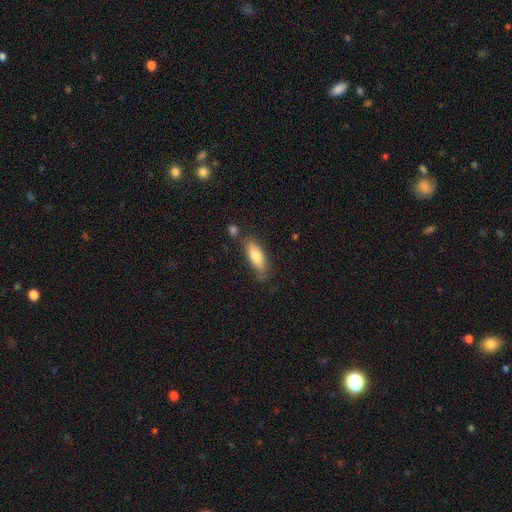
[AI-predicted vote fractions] A smooth galaxy with no disk features (79%) that is in between round and cigar-shaped (64%). Merging: none (69%).